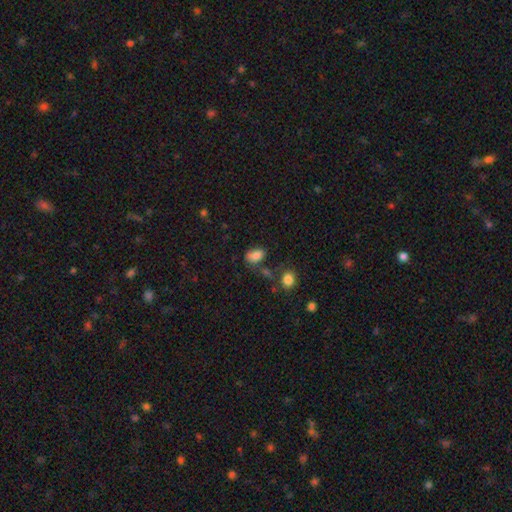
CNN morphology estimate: Smooth or featured? Predicted: smooth (p=0.82). How rounded? Predicted: in between (p=0.87). Merging? Predicted: none (p=0.58).